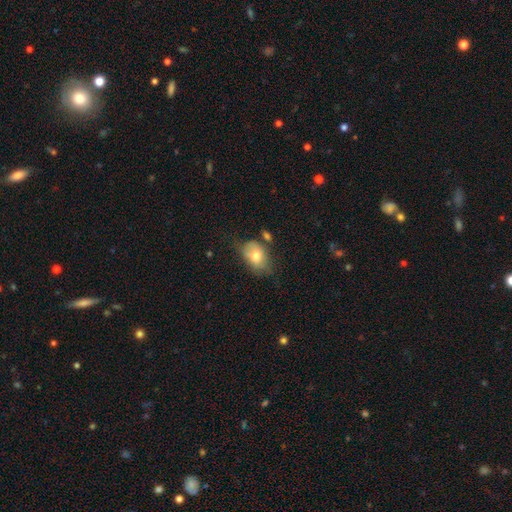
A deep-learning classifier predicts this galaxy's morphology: Smooth or featured? smooth (69%)
How rounded? in between (81%)
Merging? none (51%)